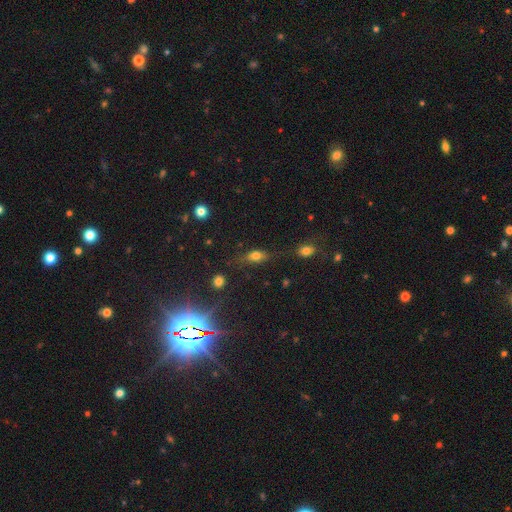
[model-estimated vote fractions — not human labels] The model was most divided on "smooth or featured": smooth: 65%, featured or disk: 21%, star or artifact: 15%. More confident: how rounded — in between (73%); merging — none (66%).